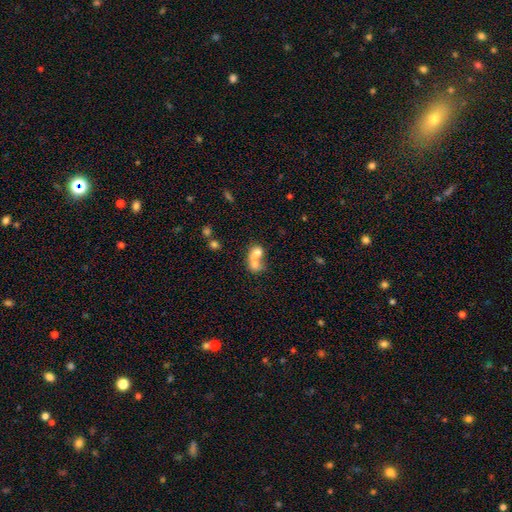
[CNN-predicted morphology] Overall: smooth (71%). How rounded: in between (62%; round 36%). Merging: merger (76%).